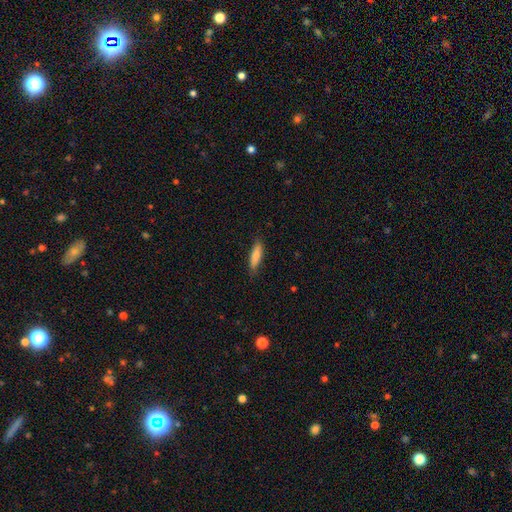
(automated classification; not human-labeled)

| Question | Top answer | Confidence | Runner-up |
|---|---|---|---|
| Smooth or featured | smooth | 80% | featured or disk (14%) |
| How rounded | cigar-shaped | 66% | in between (33%) |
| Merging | none | 83% | minor disturbance (14%) |